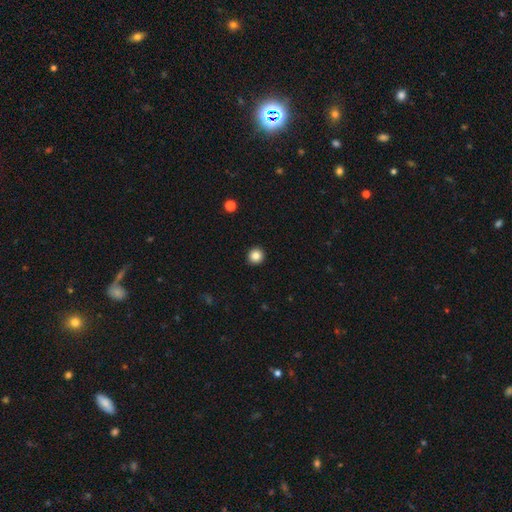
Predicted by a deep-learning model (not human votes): Q: Smooth or featured?
A: smooth (85%); runner-up: star or artifact (11%)
Q: How rounded?
A: round (94%); runner-up: in between (5%)
Q: Merging?
A: none (93%); runner-up: minor disturbance (4%)